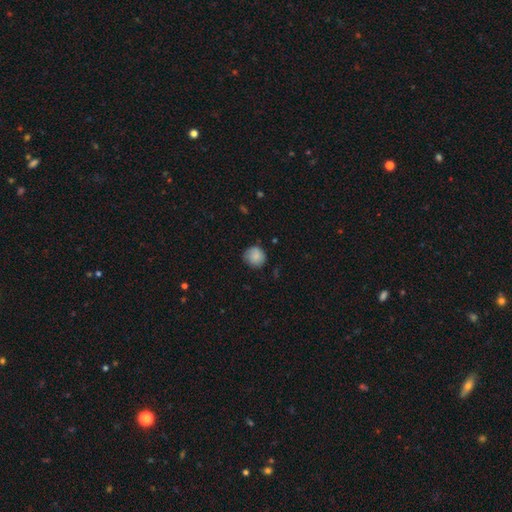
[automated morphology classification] Smooth or featured?
  - smooth: 84% *
  - featured or disk: 8%
  - star or artifact: 8%
How rounded?
  - round: 88% *
  - in between: 11%
  - cigar-shaped: 1%
Merging?
  - none: 75% *
  - minor disturbance: 20%
  - major disturbance: 3%
  - merger: 1%